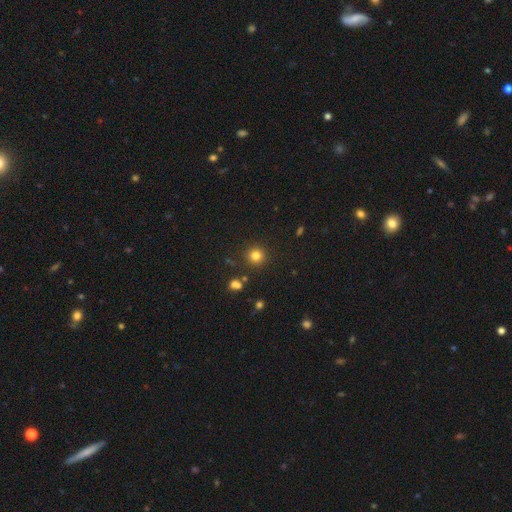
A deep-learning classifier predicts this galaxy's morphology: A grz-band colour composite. It shows a smooth galaxy with no disk features (81%) that is round (94%). Merging: none (89%).